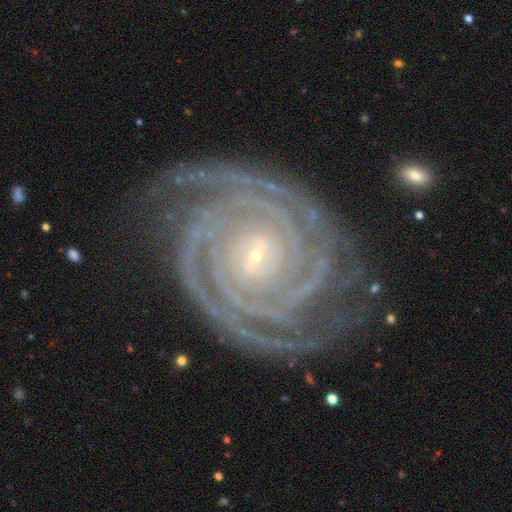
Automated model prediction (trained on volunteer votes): Smooth or featured? featured or disk (93%)
Edge-on disk? no (98%)
Bar? no (59%)
Spiral arms? yes (99%)
Spiral winding? tight (89%)
Spiral arm count? 2 (38%)
Bulge size? small (86%)
Merging? none (77%)